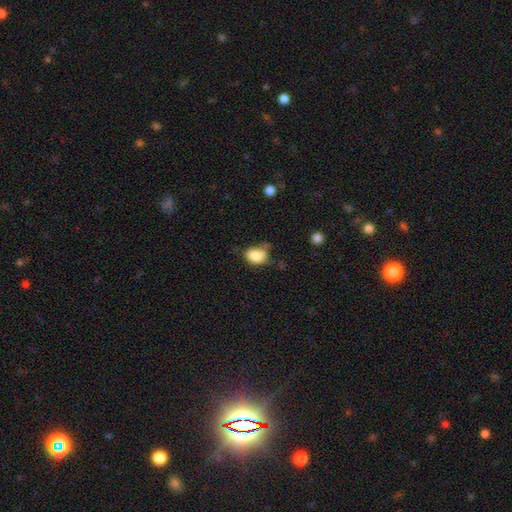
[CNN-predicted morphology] smooth_or_featured: smooth (p=0.84) [alt: star or artifact p=0.09]
how_rounded: in between (p=0.72) [alt: round p=0.27]
merging: none (p=0.56) [alt: minor disturbance p=0.27]